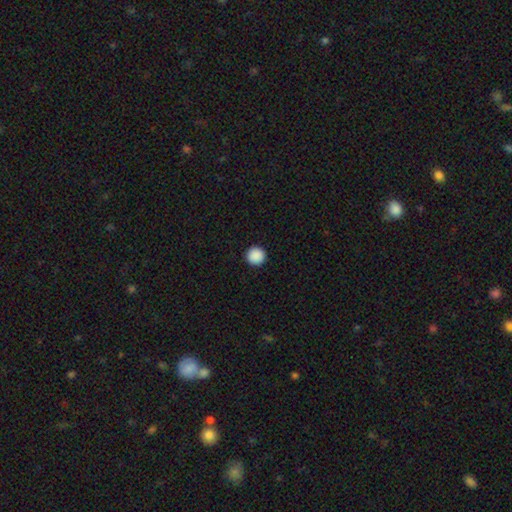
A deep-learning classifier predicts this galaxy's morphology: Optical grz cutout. It shows a smooth galaxy with no disk features (90%) that is round (96%). Merging: none (94%).